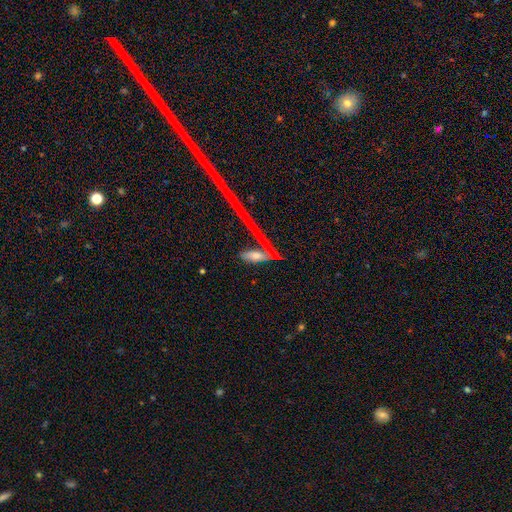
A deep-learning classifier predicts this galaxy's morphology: Q: Smooth or featured?
A: smooth (53%); runner-up: featured or disk (34%)
Q: How rounded?
A: in between (62%); runner-up: cigar-shaped (34%)
Q: Merging?
A: none (50%); runner-up: merger (22%)